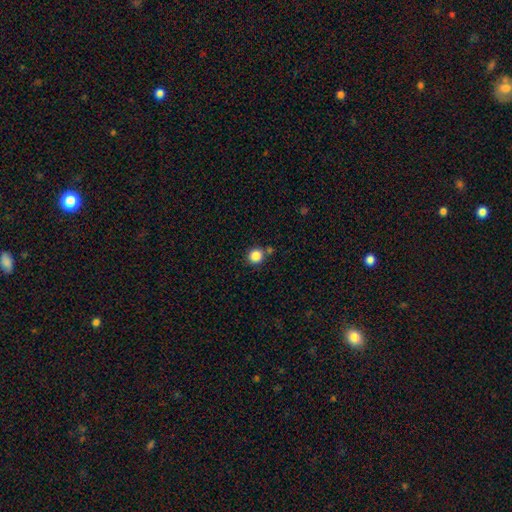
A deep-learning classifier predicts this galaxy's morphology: Smooth or featured? smooth (86%)
How rounded? round (91%)
Merging? none (77%)